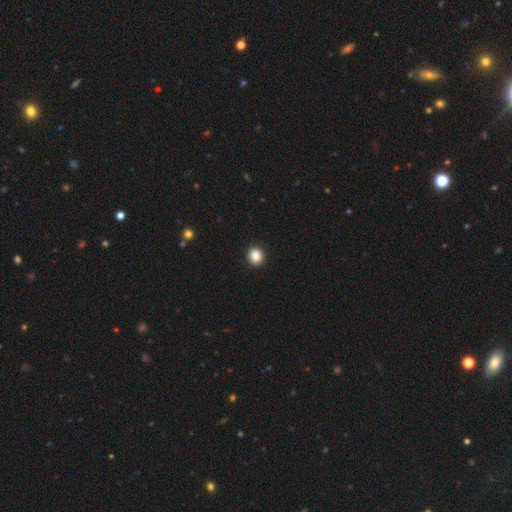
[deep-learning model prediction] Overall: smooth (87%). How rounded: round (81%). Merging: none (92%).